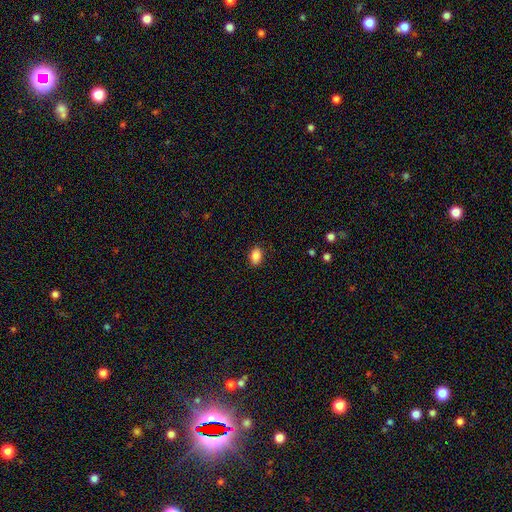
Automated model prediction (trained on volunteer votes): Q: Smooth or featured?
A: smooth (88%); runner-up: star or artifact (8%)
Q: How rounded?
A: in between (85%); runner-up: round (13%)
Q: Merging?
A: none (88%); runner-up: minor disturbance (9%)